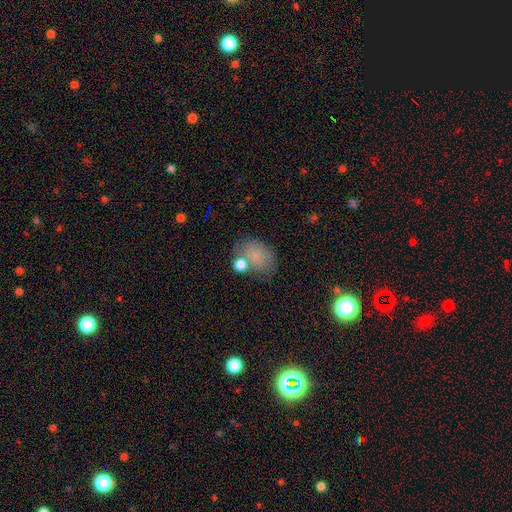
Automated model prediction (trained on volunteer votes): Q: Smooth or featured?
A: smooth (72%); runner-up: featured or disk (15%)
Q: How rounded?
A: in between (72%); runner-up: round (27%)
Q: Merging?
A: none (55%); runner-up: minor disturbance (21%)